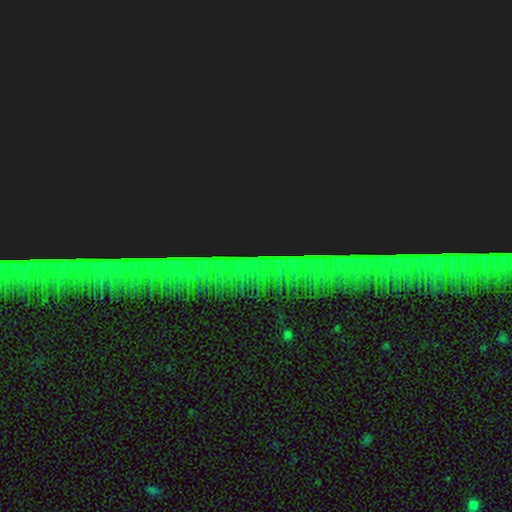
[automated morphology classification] This is clearly a star or artifact rather than a galaxy (86%).